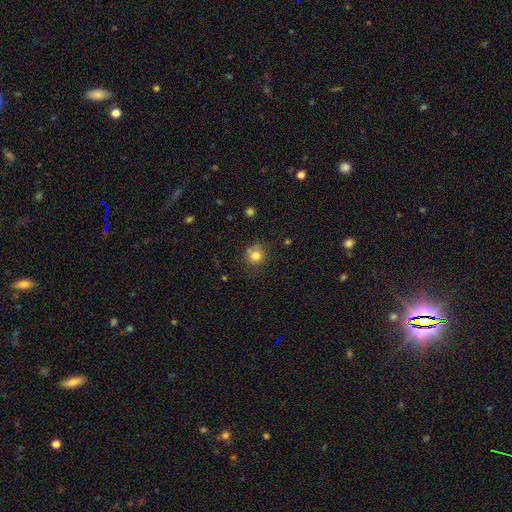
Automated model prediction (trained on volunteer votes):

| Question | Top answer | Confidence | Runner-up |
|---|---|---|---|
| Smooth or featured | smooth | 79% | star or artifact (12%) |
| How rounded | round | 87% | in between (12%) |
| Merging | none | 69% | minor disturbance (18%) |